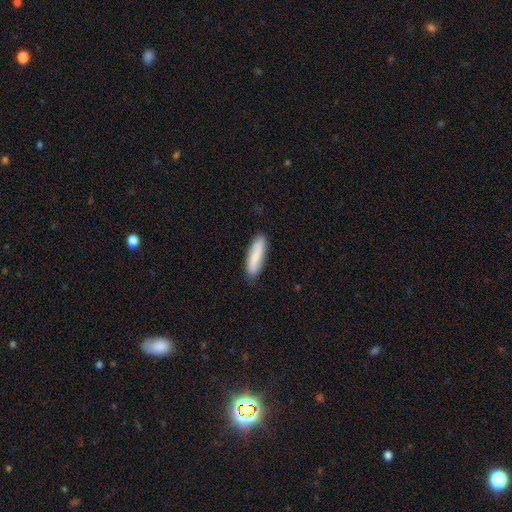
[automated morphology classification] A smooth galaxy with no disk features (78%) that is cigar-shaped (67%).

Vote fractions:
- Smooth or featured? smooth: 78% / featured or disk: 17% / star or artifact: 5%
- How rounded? cigar-shaped: 67% / in between: 31% / round: 2%
- Merging? none: 87% / minor disturbance: 10% / major disturbance: 2% / merger: 1%